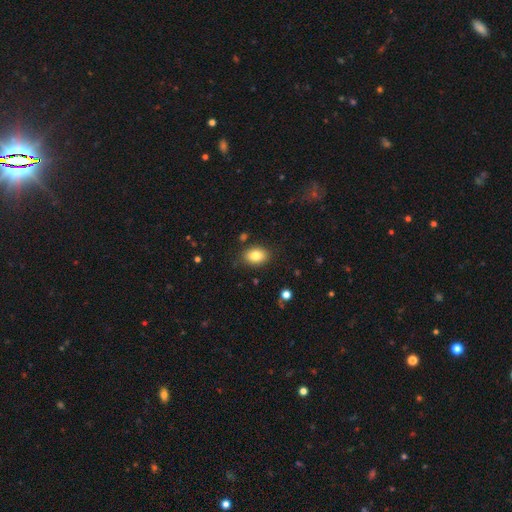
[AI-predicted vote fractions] The model was most divided on "how rounded": in between: 78%, round: 21%, cigar-shaped: 1%. More confident: merging — none (86%); smooth or featured — smooth (82%).